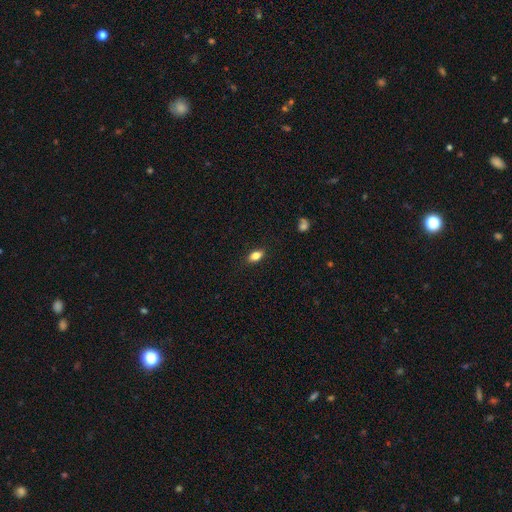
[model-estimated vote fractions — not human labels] smooth-or-featured: smooth: 81% | featured or disk: 10% | star or artifact: 9%
  how-rounded: in between: 86% | round: 8% | cigar-shaped: 6%
  merging: none: 87% | minor disturbance: 9% | major disturbance: 2% | merger: 1%